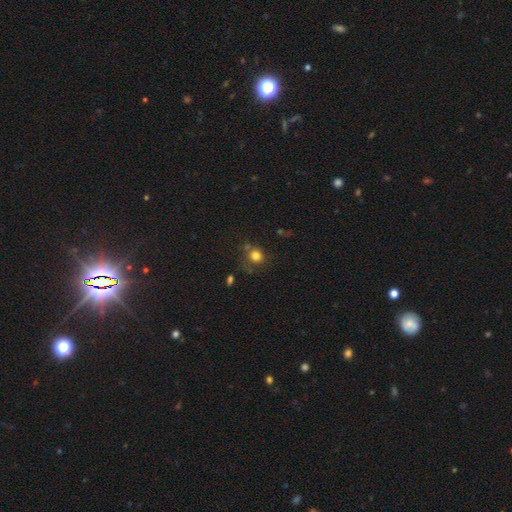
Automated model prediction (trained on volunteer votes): This is likely a smooth galaxy (79%). How rounded: clearly round (81%). Merging: likely none (67%).